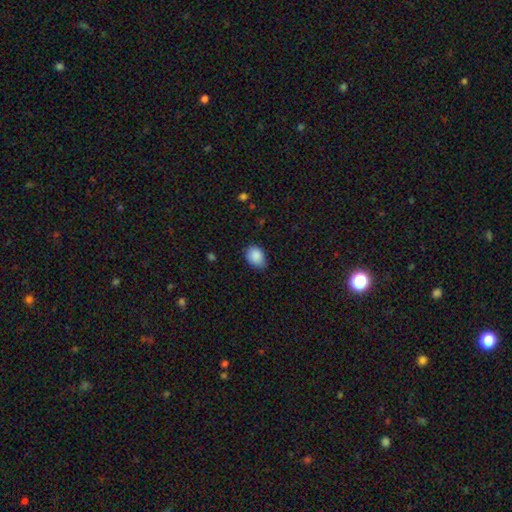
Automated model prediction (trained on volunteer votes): Smooth or featured? Predicted: smooth (p=0.88). How rounded? Predicted: in between (p=0.70). Merging? Predicted: none (p=0.65).